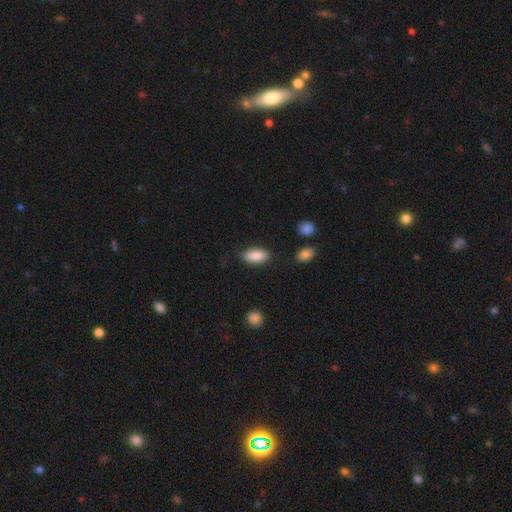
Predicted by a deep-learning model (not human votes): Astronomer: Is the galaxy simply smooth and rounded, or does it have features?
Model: smooth — 88%.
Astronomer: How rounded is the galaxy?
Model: in between — 86%.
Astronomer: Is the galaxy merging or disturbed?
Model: none — 85%.